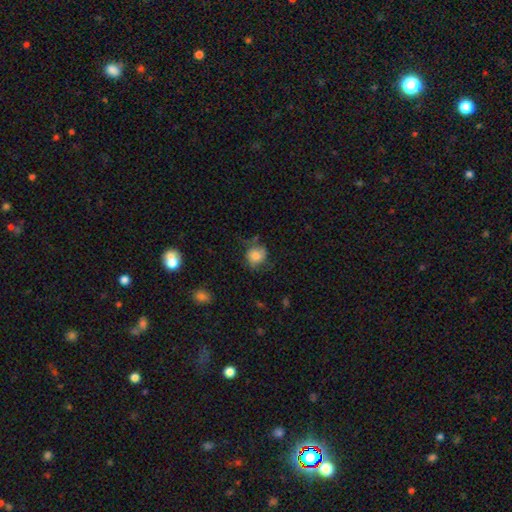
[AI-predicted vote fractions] Smooth or featured?
  - smooth: 65% *
  - featured or disk: 26%
  - star or artifact: 9%
How rounded?
  - round: 78% *
  - in between: 21%
  - cigar-shaped: 1%
Merging?
  - none: 54% *
  - minor disturbance: 27%
  - major disturbance: 16%
  - merger: 3%